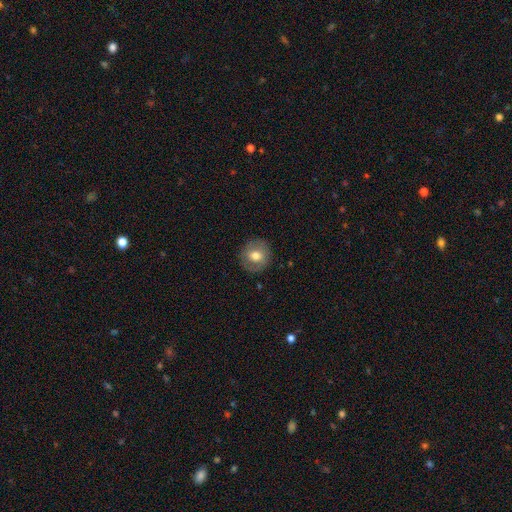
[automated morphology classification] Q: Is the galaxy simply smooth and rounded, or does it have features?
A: smooth — 66%.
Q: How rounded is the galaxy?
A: round — 91%.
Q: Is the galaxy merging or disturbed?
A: none — 87%.